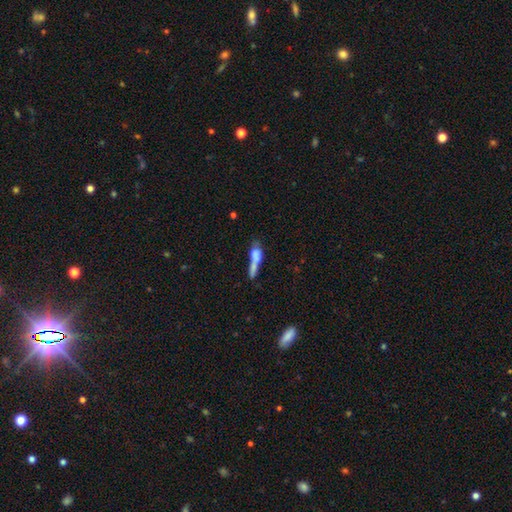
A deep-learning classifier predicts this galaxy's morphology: Smooth or featured?
  - smooth: 62% *
  - featured or disk: 28%
  - star or artifact: 10%
How rounded?
  - cigar-shaped: 57% *
  - in between: 36%
  - round: 6%
Merging?
  - merger: 48% *
  - none: 24%
  - minor disturbance: 14%
  - major disturbance: 14%